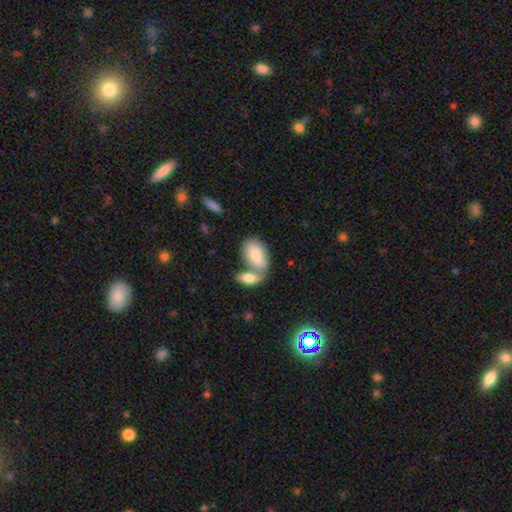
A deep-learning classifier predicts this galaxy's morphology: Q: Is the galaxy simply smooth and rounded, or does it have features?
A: smooth — 77%.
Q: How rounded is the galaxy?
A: in between — 91%.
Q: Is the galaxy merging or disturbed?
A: merger — 55%.